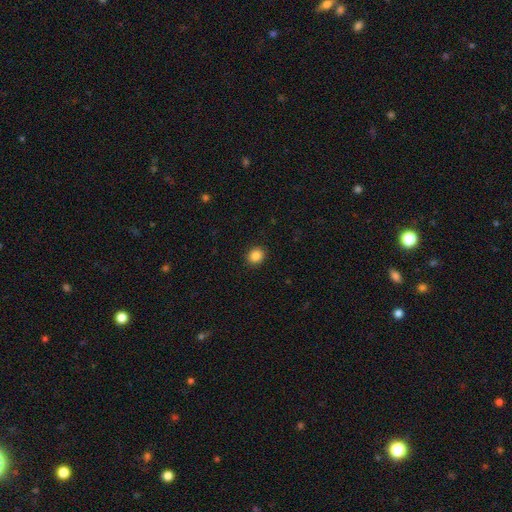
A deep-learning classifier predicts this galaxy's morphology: A smooth galaxy with no disk features (86%) that is round (79%).

Vote fractions:
- Smooth or featured? smooth: 86% / star or artifact: 10% / featured or disk: 4%
- How rounded? round: 79% / in between: 20% / cigar-shaped: 1%
- Merging? none: 92% / minor disturbance: 6% / major disturbance: 2% / merger: 1%